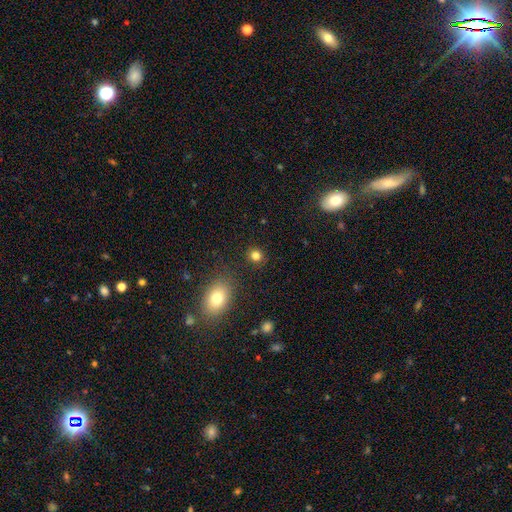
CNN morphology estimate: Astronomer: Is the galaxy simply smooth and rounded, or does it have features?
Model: smooth — 82%.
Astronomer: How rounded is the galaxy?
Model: round — 82%.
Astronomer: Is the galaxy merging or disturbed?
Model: none — 88%.